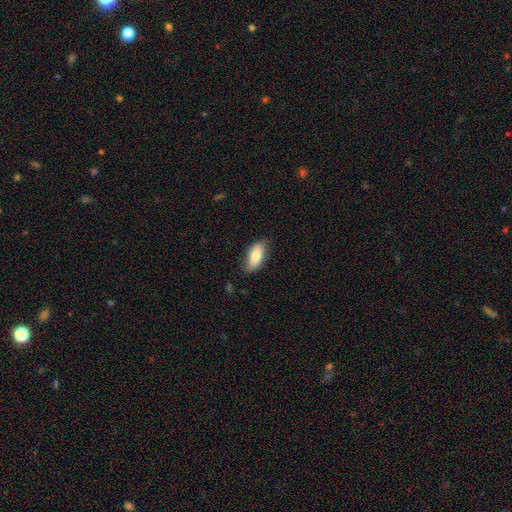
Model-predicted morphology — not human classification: A smooth galaxy with no disk features (78%) that is in between round and cigar-shaped (86%).

Vote fractions:
- Smooth or featured? smooth: 78% / featured or disk: 15% / star or artifact: 6%
- How rounded? in between: 86% / cigar-shaped: 11% / round: 3%
- Merging? none: 76% / minor disturbance: 19% / major disturbance: 3% / merger: 1%